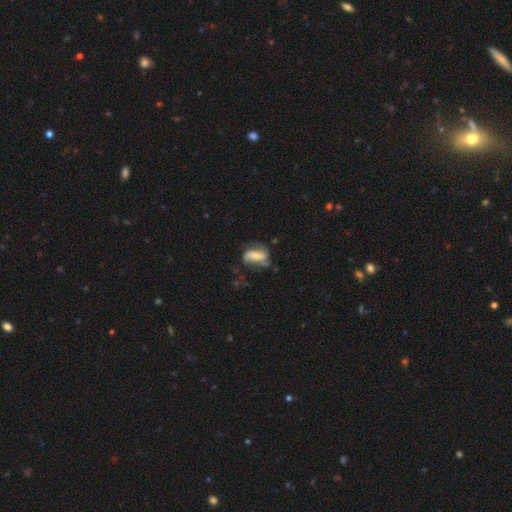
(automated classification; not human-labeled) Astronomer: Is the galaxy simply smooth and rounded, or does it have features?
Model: featured or disk — 62%.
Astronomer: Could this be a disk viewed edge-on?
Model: no — 94%.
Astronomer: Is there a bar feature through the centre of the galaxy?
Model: strong — 39% (runner-up: weak, 33%).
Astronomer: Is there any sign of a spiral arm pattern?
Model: yes — 83%.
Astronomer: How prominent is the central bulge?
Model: small — 41% (runner-up: moderate, 38%).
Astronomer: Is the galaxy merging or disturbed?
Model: none — 48% (runner-up: minor disturbance, 25%).